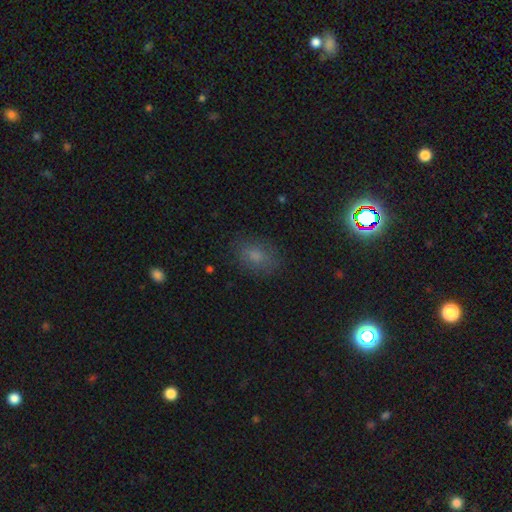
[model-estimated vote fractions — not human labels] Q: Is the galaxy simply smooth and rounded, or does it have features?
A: smooth — 70%.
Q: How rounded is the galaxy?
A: in between — 70%.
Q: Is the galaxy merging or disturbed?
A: none — 78%.